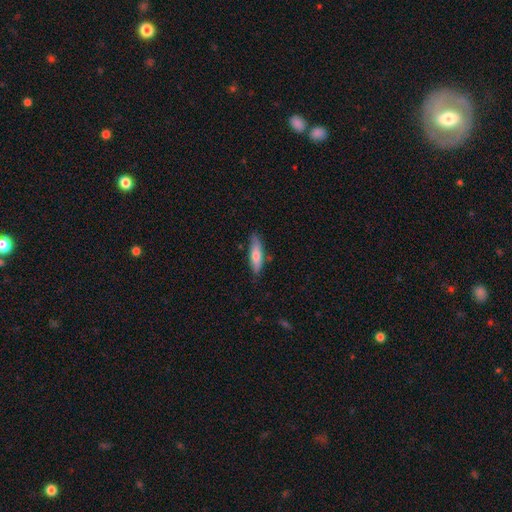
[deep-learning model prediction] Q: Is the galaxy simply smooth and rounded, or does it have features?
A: smooth — 71%.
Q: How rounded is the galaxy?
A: cigar-shaped — 61%.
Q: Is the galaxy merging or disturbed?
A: none — 78%.